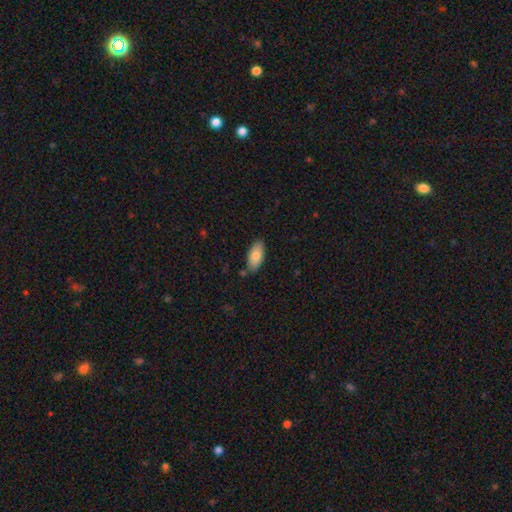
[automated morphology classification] Smooth or featured? Predicted: smooth (p=0.82). How rounded? Predicted: in between (p=0.90). Merging? Predicted: none (p=0.80).